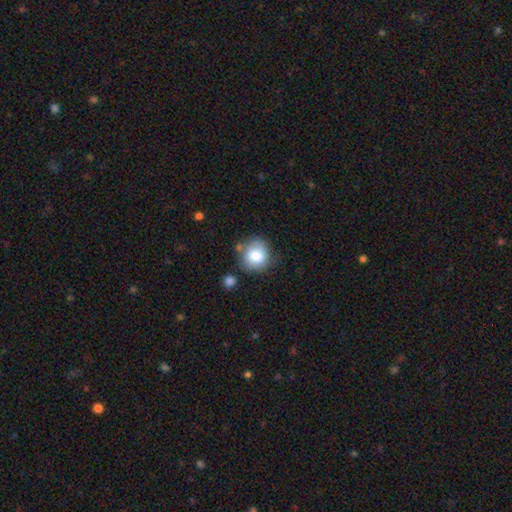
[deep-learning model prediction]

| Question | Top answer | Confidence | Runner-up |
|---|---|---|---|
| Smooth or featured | smooth | 82% | featured or disk (10%) |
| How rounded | round | 84% | in between (15%) |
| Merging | none | 71% | minor disturbance (17%) |